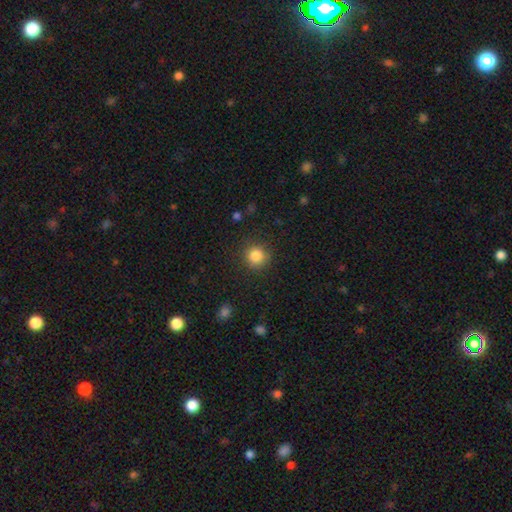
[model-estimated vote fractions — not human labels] Smooth or featured? smooth (84%)
How rounded? round (93%)
Merging? none (87%)